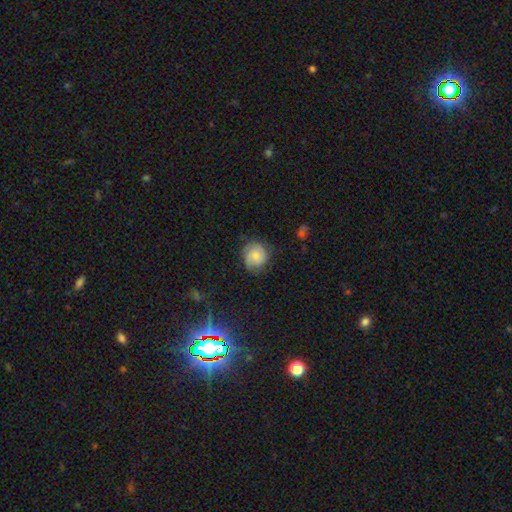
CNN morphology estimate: This appears to be a smooth galaxy with no disk features (57%) that is round (83%). Merging: none (68%).